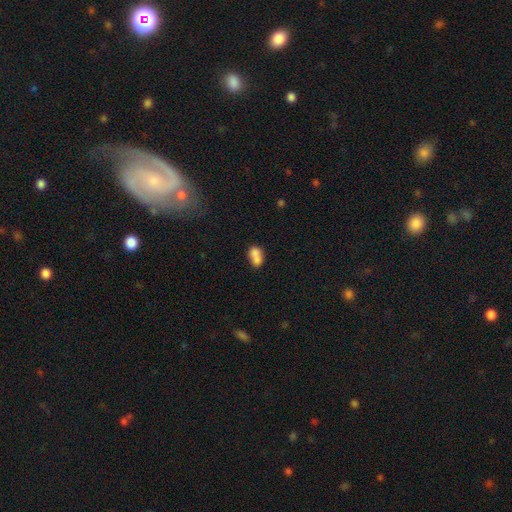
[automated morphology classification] Smooth or featured? Predicted: smooth (p=0.74). How rounded? Predicted: in between (p=0.66). Merging? Predicted: merger (p=0.61).